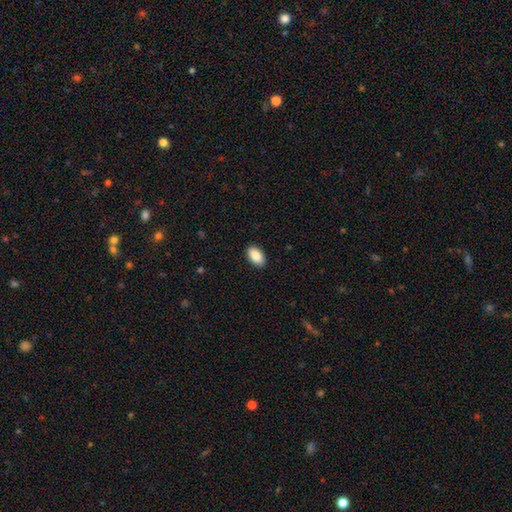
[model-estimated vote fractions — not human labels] Q: Smooth or featured?
A: smooth (88%); runner-up: star or artifact (7%)
Q: How rounded?
A: in between (94%); runner-up: round (4%)
Q: Merging?
A: none (90%); runner-up: minor disturbance (8%)